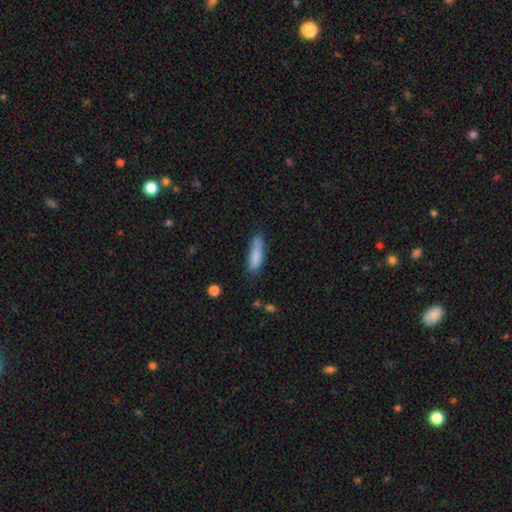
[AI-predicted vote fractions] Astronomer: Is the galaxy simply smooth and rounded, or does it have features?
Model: smooth — 84%.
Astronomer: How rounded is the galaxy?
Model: cigar-shaped — 62% (runner-up: in between, 37%).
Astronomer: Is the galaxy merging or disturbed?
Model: none — 65%.